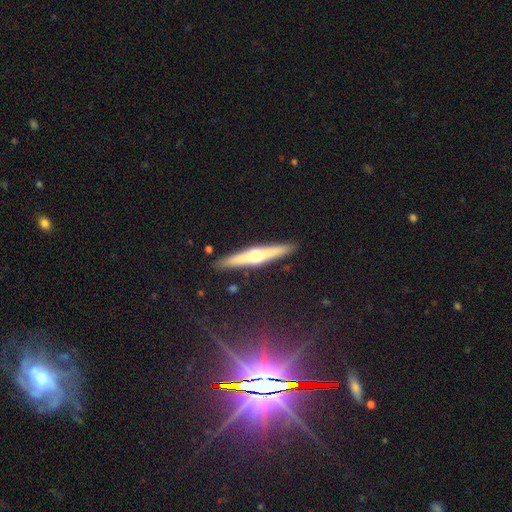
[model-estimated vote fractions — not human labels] A featured or disk galaxy (62%) viewed edge-on (96%) with a rounded central bulge (90%). Merging: none (90%).